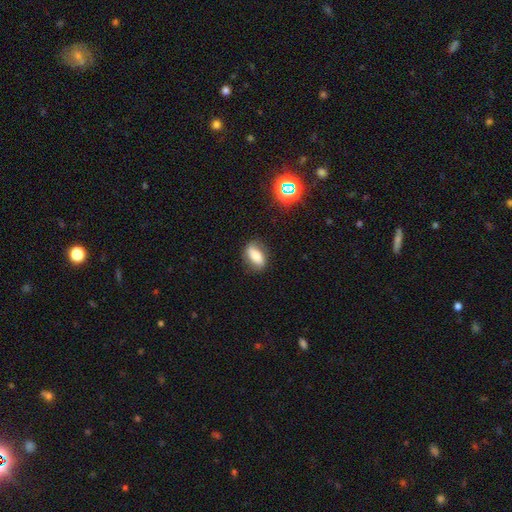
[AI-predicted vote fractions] The model was most divided on "smooth or featured": smooth: 68%, featured or disk: 22%, star or artifact: 11%. More confident: how rounded — in between (82%); merging — none (78%).